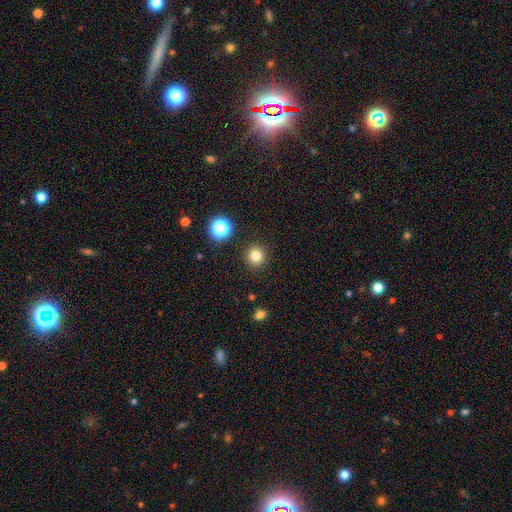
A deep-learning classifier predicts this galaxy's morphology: smooth-or-featured: smooth: 80% | star or artifact: 14% | featured or disk: 6%
  how-rounded: round: 93% | in between: 6% | cigar-shaped: 1%
  merging: none: 91% | minor disturbance: 5% | major disturbance: 2% | merger: 2%